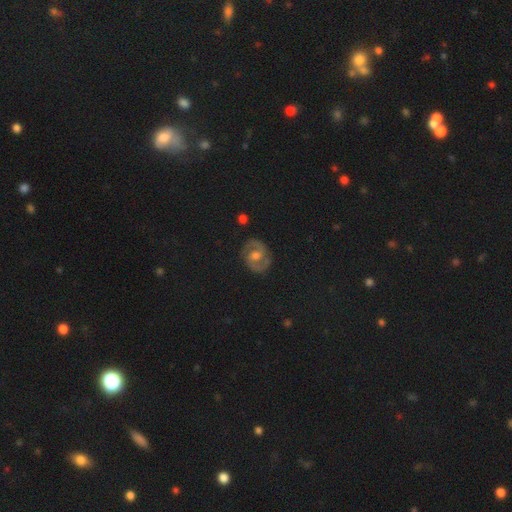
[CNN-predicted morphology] type=featured or disk (80%); edge-on=no (98%); bar=weak (48%); spiral arms=yes (93%); winding=medium (56%); arm count=2 (92%); bulge=moderate (65%); merging=none (84%).